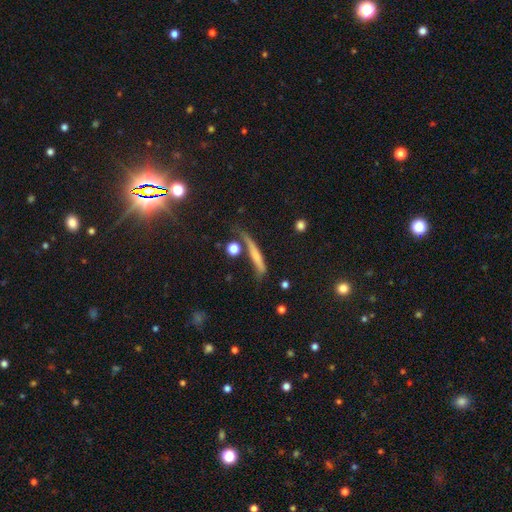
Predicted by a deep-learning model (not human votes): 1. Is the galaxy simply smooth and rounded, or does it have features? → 55% smooth, 34% featured or disk, 11% star or artifact.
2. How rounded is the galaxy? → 85% cigar-shaped, 9% in between, 6% round.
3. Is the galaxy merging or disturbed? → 52% none, 24% minor disturbance, 14% major disturbance, 10% merger.